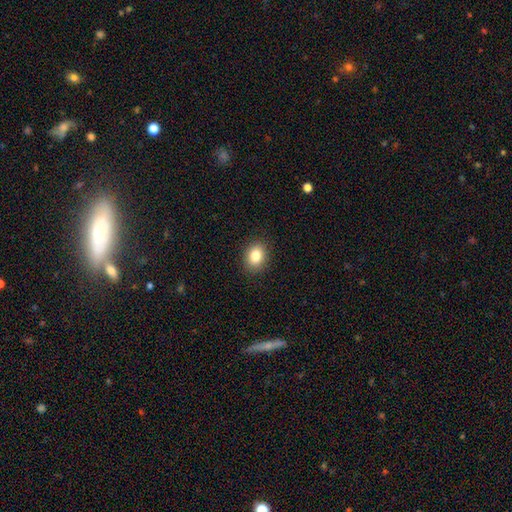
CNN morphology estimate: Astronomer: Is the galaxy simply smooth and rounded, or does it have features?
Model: smooth — 84%.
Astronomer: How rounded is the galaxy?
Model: in between — 59% (runner-up: round, 40%).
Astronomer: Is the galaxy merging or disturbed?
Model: none — 89%.